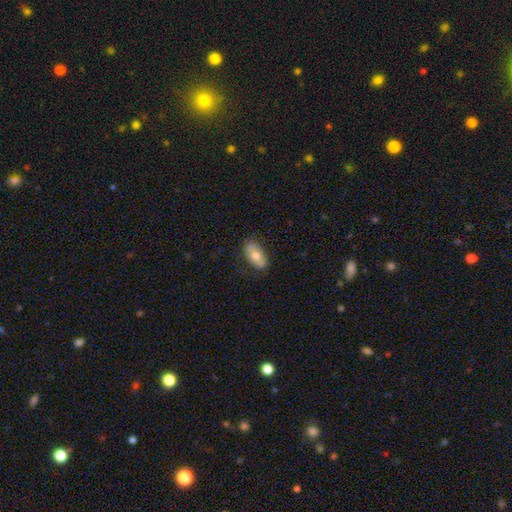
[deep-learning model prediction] smooth 68%, featured or disk 25%, star or artifact 6%. Down the decision tree: how rounded — in between (90%); merging — none (83%).